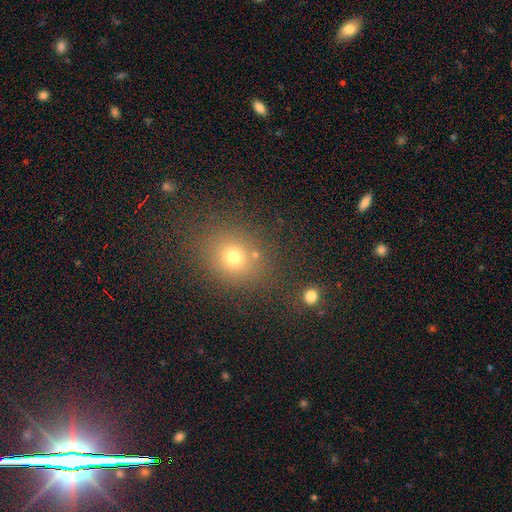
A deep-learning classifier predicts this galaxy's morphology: smooth 71%, star or artifact 20%, featured or disk 9%. Down the decision tree: how rounded — round (69%); merging — none (78%).